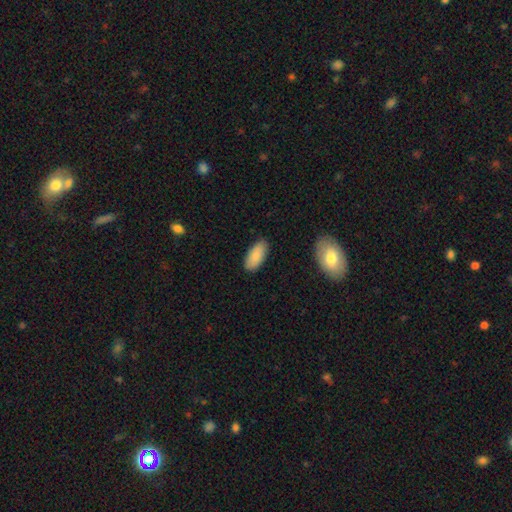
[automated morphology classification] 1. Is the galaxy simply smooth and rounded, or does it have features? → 87% smooth, 7% featured or disk, 6% star or artifact.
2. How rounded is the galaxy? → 90% in between, 8% cigar-shaped, 2% round.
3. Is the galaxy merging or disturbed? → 86% none, 11% minor disturbance, 2% major disturbance, 1% merger.